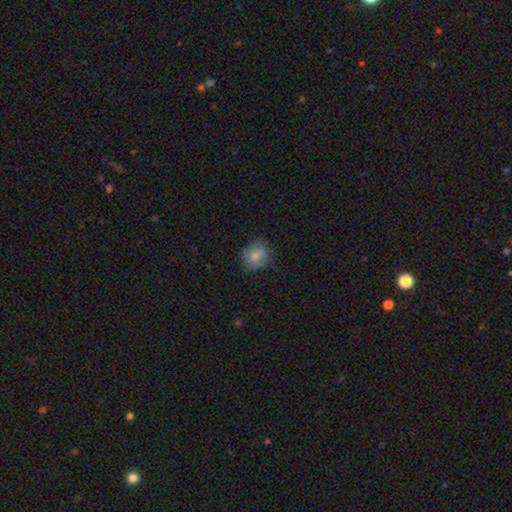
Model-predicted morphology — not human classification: The model was most divided on "how rounded": round: 67%, in between: 32%, cigar-shaped: 1%. More confident: smooth or featured — smooth (78%); merging — none (71%).